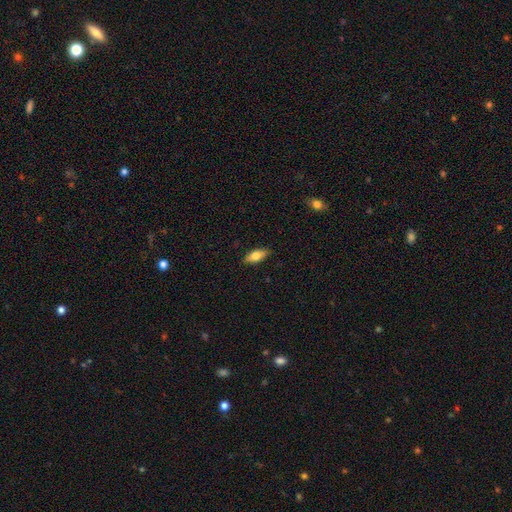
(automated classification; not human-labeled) smooth 73%, featured or disk 21%, star or artifact 6%. Down the decision tree: how rounded — in between (78%); merging — none (88%).